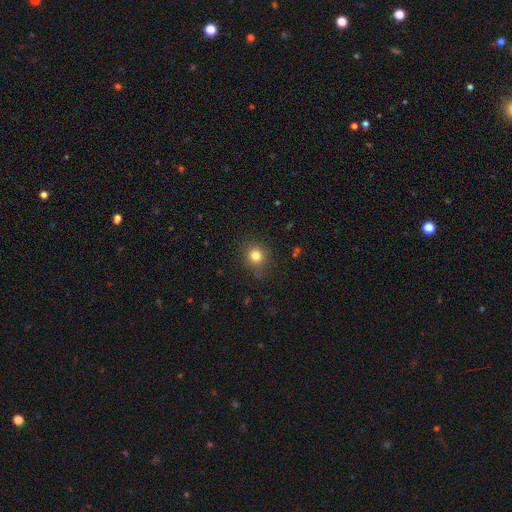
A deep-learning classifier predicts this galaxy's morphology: Smooth or featured?
  - smooth: 80% *
  - star or artifact: 13%
  - featured or disk: 7%
How rounded?
  - round: 86% *
  - in between: 13%
  - cigar-shaped: 1%
Merging?
  - none: 83% *
  - minor disturbance: 12%
  - major disturbance: 4%
  - merger: 1%